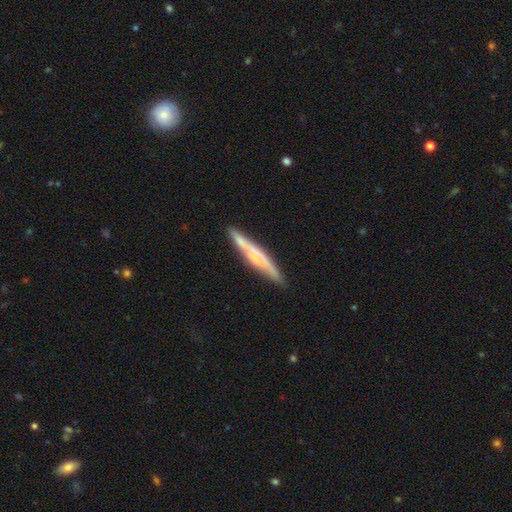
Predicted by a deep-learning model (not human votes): Smooth or featured?
  - featured or disk: 56% *
  - smooth: 38%
  - star or artifact: 6%
Edge-on disk?
  - yes: 92% *
  - no: 8%
Edge-on bulge?
  - rounded: 36% *
  - none: 33%
  - boxy: 31%
Merging?
  - none: 79% *
  - minor disturbance: 14%
  - merger: 4%
  - major disturbance: 3%